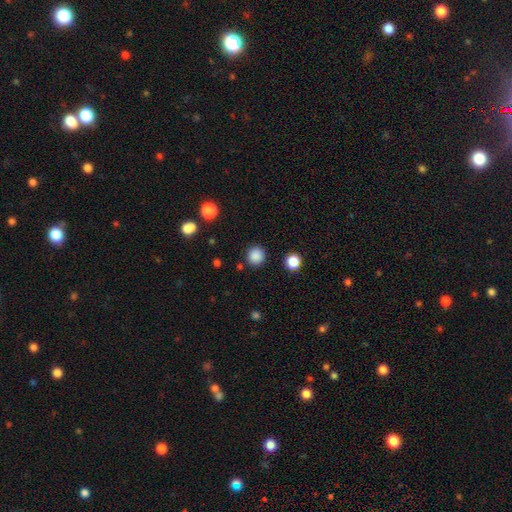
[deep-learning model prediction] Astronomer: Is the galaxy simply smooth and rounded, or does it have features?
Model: smooth — 86%.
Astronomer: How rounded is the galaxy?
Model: round — 93%.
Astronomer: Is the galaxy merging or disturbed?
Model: none — 89%.